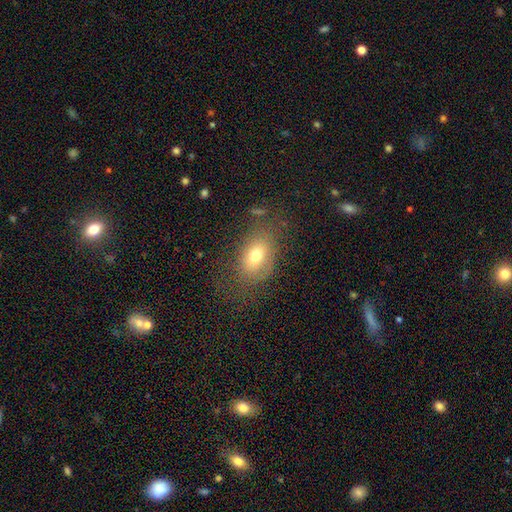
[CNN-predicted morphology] This is likely a smooth galaxy (68%). How rounded: likely in between (78%). Merging: likely none (63%).